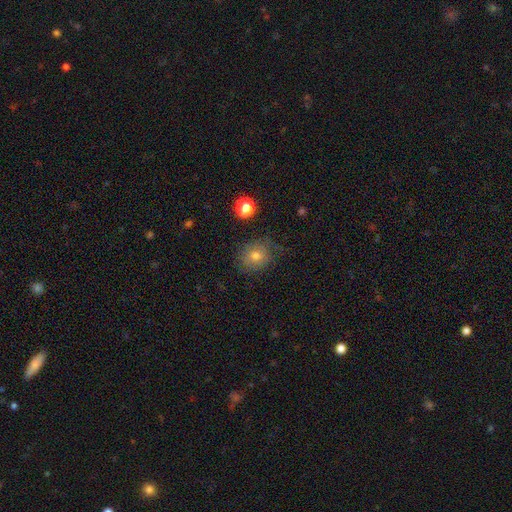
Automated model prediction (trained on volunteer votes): smooth_or_featured: smooth (p=0.70) [alt: featured or disk p=0.17]
how_rounded: round (p=0.69) [alt: in between p=0.30]
merging: none (p=0.70) [alt: minor disturbance p=0.20]